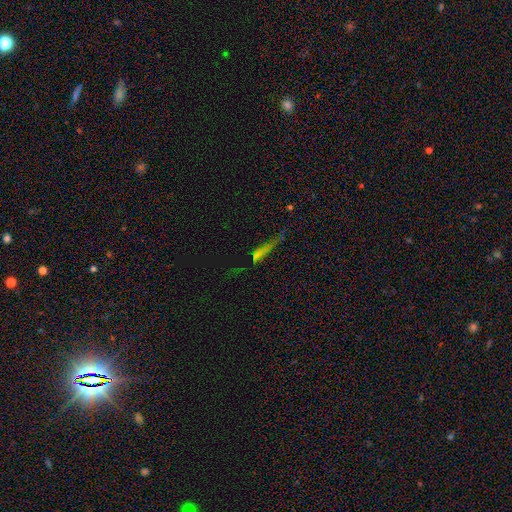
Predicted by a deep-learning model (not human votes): Morphology: type=star or artifact (44%).